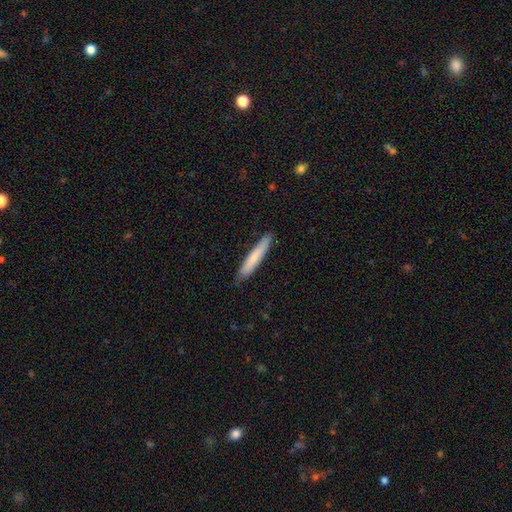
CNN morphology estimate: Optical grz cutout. It shows a smooth galaxy with no disk features (74%) that is cigar-shaped (93%). Merging: none (84%).